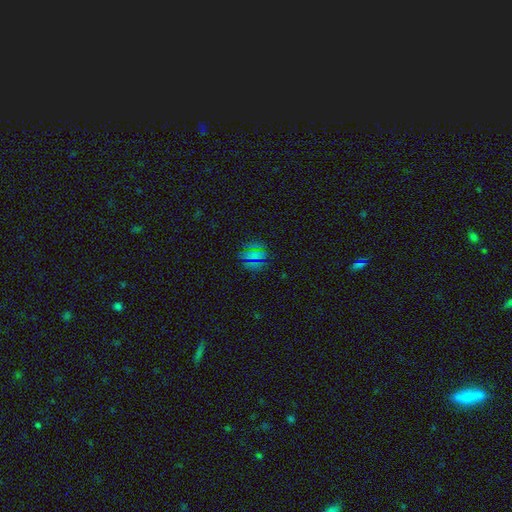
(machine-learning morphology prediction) Smooth or featured? smooth (60%)
How rounded? round (80%)
Merging? none (83%)